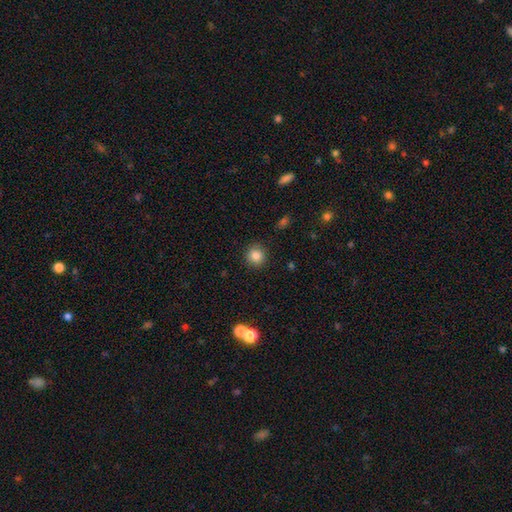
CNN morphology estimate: smooth 84%, star or artifact 11%, featured or disk 5%. Down the decision tree: how rounded — round (92%); merging — none (90%).